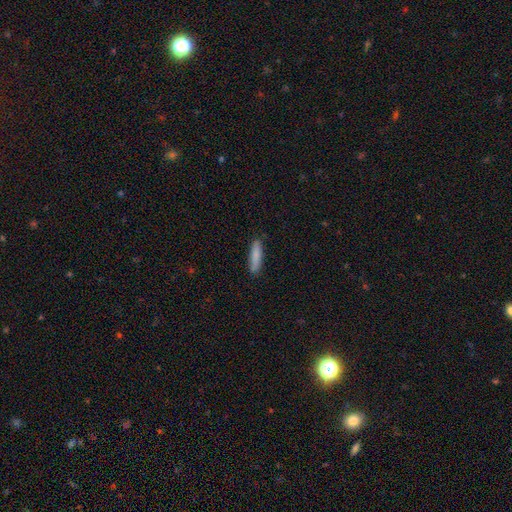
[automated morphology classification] Smooth or featured? Predicted: smooth (p=0.85). How rounded? Predicted: cigar-shaped (p=0.81). Merging? Predicted: none (p=0.86).